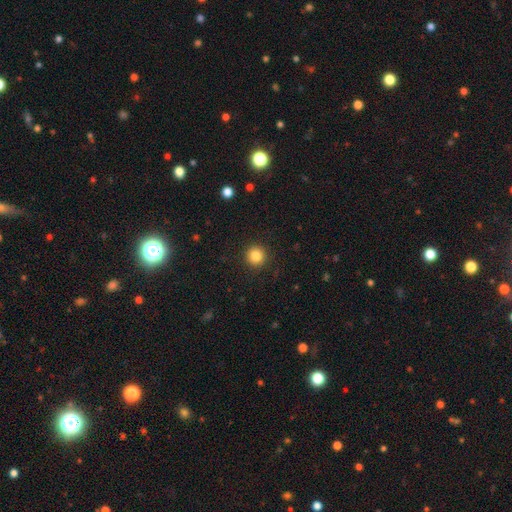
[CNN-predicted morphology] A smooth galaxy with no disk features (85%) that is round (95%). Merging: none (92%).